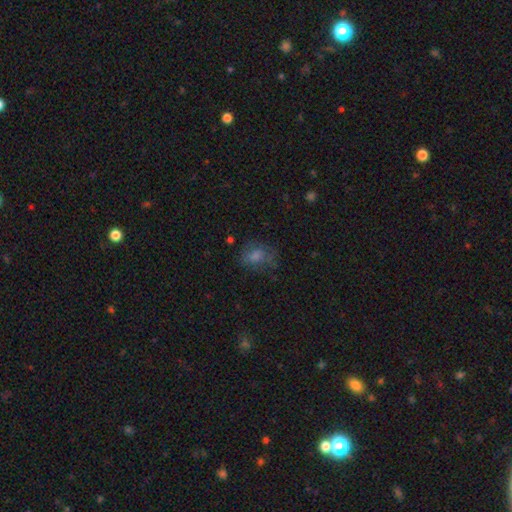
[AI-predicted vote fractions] A smooth galaxy with no disk features (57%) that is in between round and cigar-shaped (58%). Merging: none (61%).